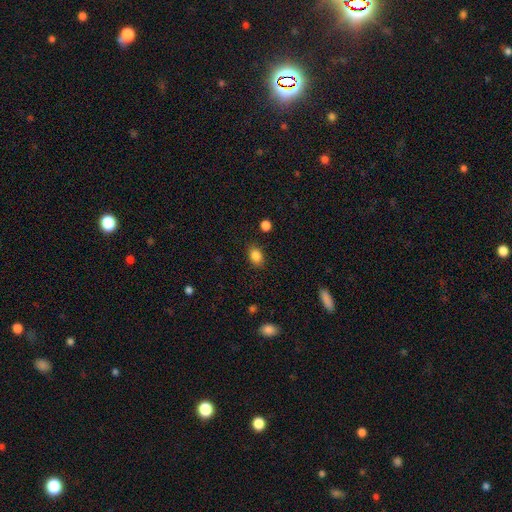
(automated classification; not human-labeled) smooth 86%, star or artifact 9%, featured or disk 5%. Down the decision tree: how rounded — in between (78%); merging — none (86%).